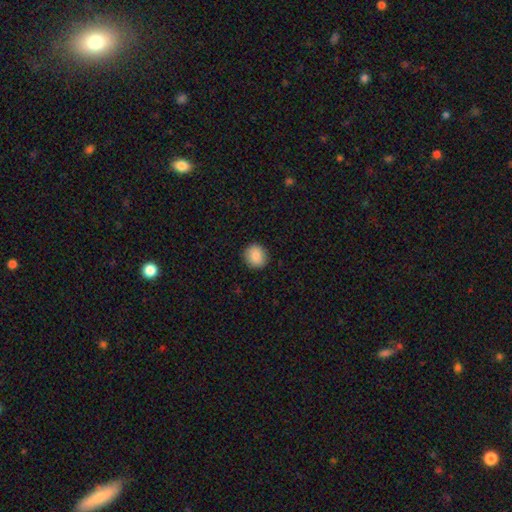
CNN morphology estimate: smooth_or_featured: smooth (p=0.87) [alt: star or artifact p=0.08]
how_rounded: round (p=0.89) [alt: in between p=0.10]
merging: none (p=0.90) [alt: minor disturbance p=0.07]